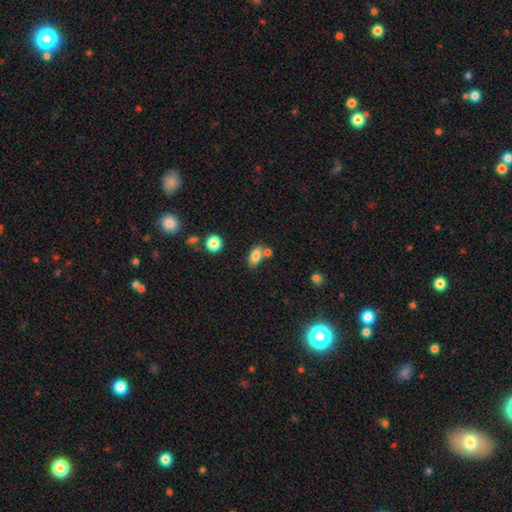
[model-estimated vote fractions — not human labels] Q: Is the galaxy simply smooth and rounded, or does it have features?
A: smooth — 80%.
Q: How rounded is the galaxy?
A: in between — 87%.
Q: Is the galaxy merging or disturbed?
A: none — 58%.